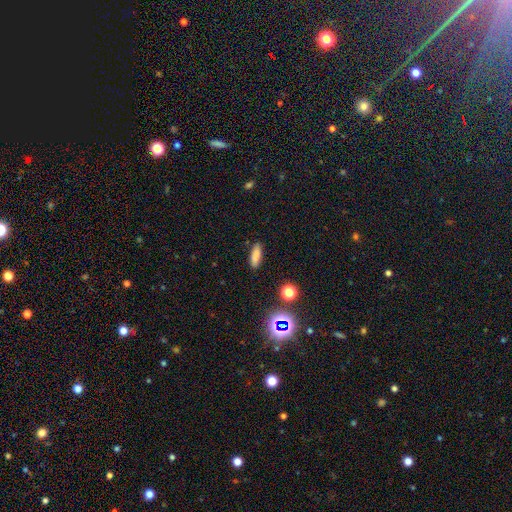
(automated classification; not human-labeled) Q: Smooth or featured?
A: smooth (81%); runner-up: star or artifact (12%)
Q: How rounded?
A: in between (54%); runner-up: cigar-shaped (42%)
Q: Merging?
A: none (87%); runner-up: minor disturbance (9%)